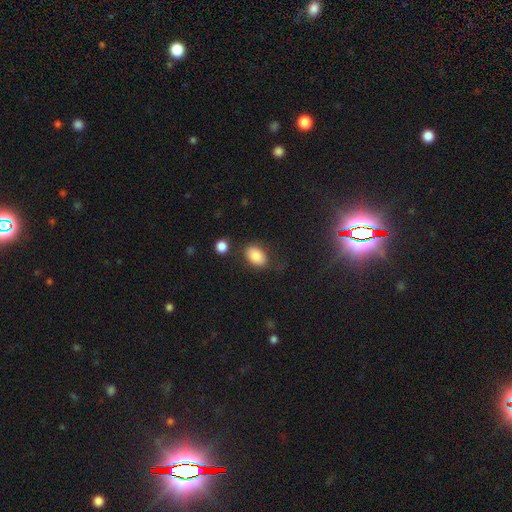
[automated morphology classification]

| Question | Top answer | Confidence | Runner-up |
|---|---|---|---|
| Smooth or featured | smooth | 84% | star or artifact (8%) |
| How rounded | in between | 85% | round (14%) |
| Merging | none | 73% | minor disturbance (16%) |